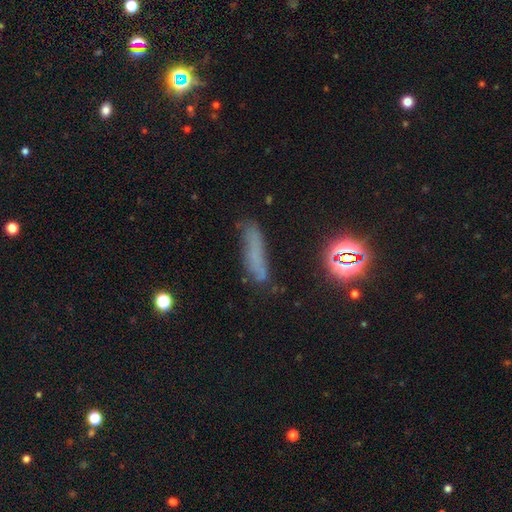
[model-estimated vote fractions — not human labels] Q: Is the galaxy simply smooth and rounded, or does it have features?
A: smooth — 52%.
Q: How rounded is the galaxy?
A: cigar-shaped — 77%.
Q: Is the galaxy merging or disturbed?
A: none — 62%.